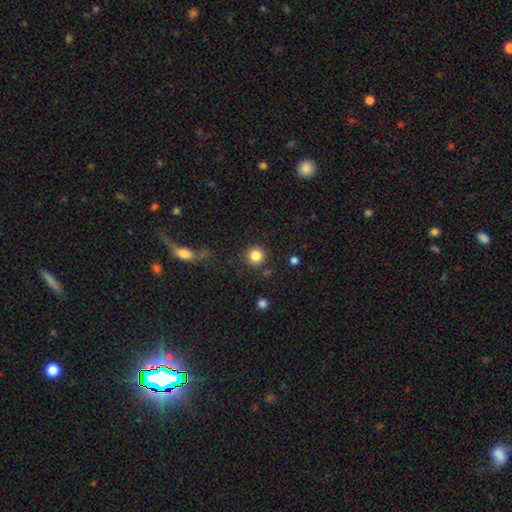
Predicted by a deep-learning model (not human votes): A smooth galaxy with no disk features (84%) that is round (94%).

Vote fractions:
- Smooth or featured? smooth: 84% / star or artifact: 11% / featured or disk: 5%
- How rounded? round: 94% / in between: 5% / cigar-shaped: 1%
- Merging? none: 86% / minor disturbance: 7% / merger: 3% / major disturbance: 3%